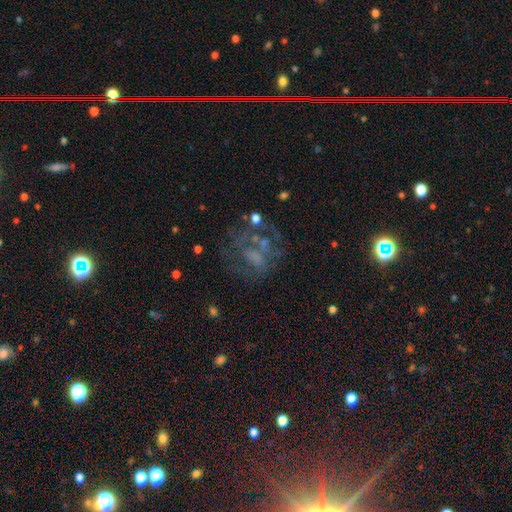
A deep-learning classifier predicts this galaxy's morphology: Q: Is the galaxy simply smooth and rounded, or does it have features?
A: featured or disk — 55%.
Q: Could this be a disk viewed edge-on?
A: no — 97%.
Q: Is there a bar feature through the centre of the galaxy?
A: no — 73%.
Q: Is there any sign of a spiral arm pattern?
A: no — 67%.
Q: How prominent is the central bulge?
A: none — 58%.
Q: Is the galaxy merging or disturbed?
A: none — 48%.